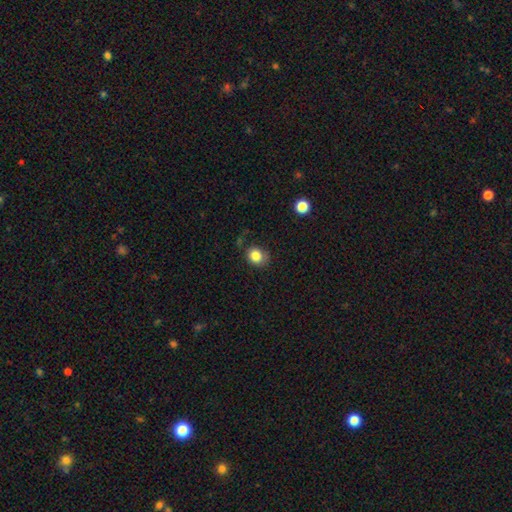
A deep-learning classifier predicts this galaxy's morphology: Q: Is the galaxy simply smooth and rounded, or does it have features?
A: smooth — 84%.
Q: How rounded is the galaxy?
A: round — 74%.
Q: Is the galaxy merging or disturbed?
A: none — 71%.